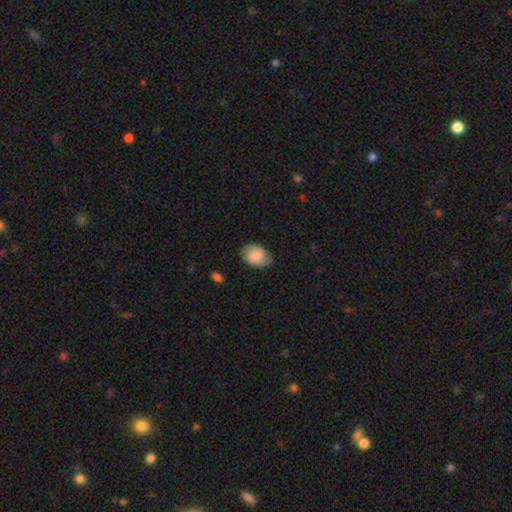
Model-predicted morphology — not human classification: Smooth or featured: smooth — 80% (featured or disk — 13%)
How rounded: in between — 76% (round — 23%)
Merging: none — 70% (minor disturbance — 24%)